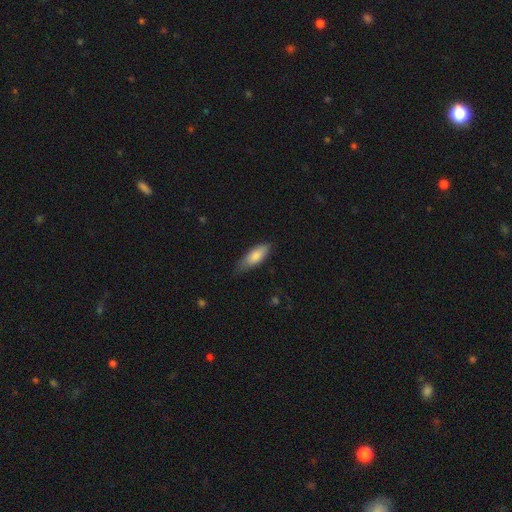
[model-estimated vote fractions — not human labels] Smooth or featured?
  - smooth: 82% *
  - featured or disk: 12%
  - star or artifact: 6%
How rounded?
  - in between: 68% *
  - cigar-shaped: 30%
  - round: 2%
Merging?
  - none: 66% *
  - minor disturbance: 28%
  - major disturbance: 5%
  - merger: 1%